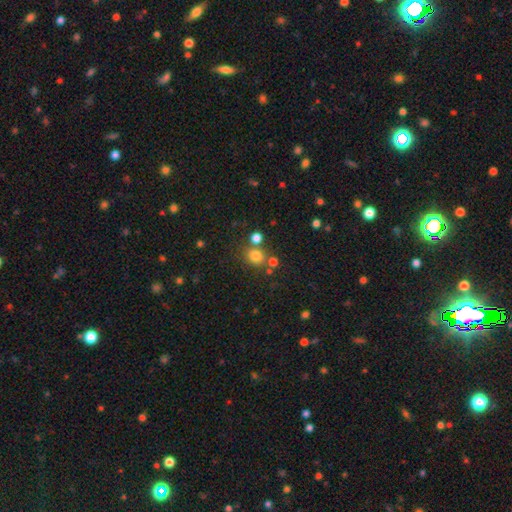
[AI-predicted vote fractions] This is likely a smooth galaxy (77%). How rounded: clearly round (82%). Merging: likely none (70%).